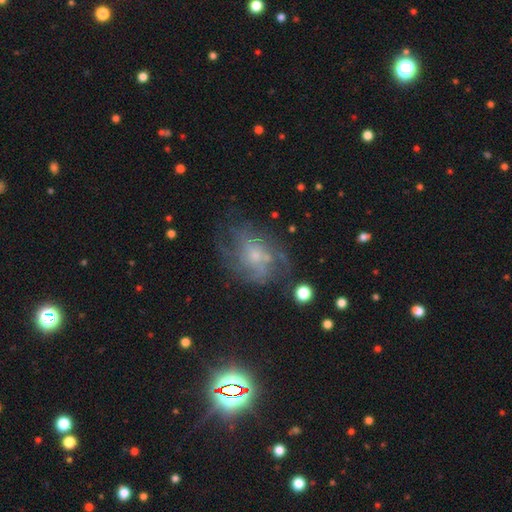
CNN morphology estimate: type=featured or disk (69%); edge-on=no (97%); bar=no (78%); spiral arms=yes (80%); winding=medium (41%); arm count=can't tell (47%); bulge=small (61%); merging=none (58%).